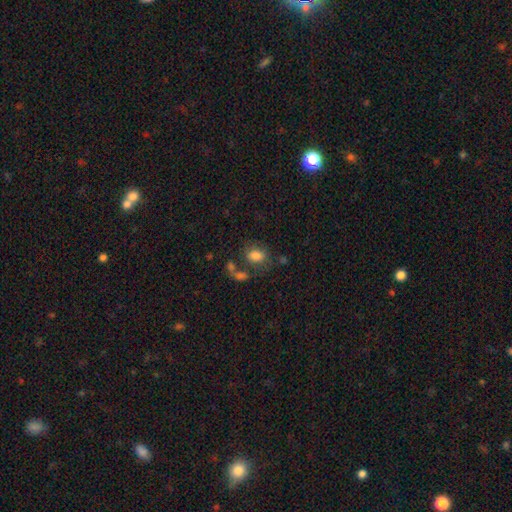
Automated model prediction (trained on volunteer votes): Morphology: type=smooth (78%); roundness=in between (72%); merging=none (52%).